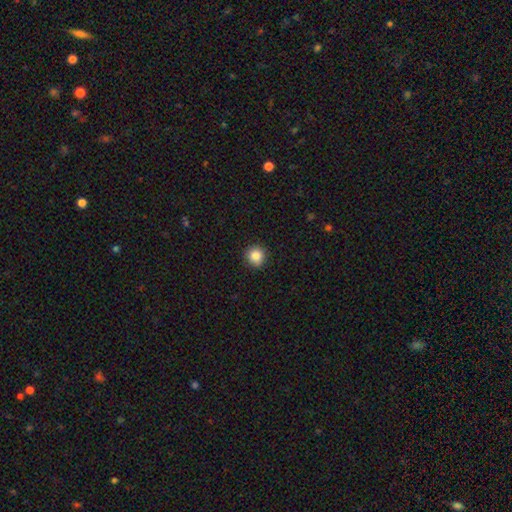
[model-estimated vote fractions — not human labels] smooth 86%, star or artifact 10%, featured or disk 4%. Down the decision tree: how rounded — round (92%); merging — none (90%).